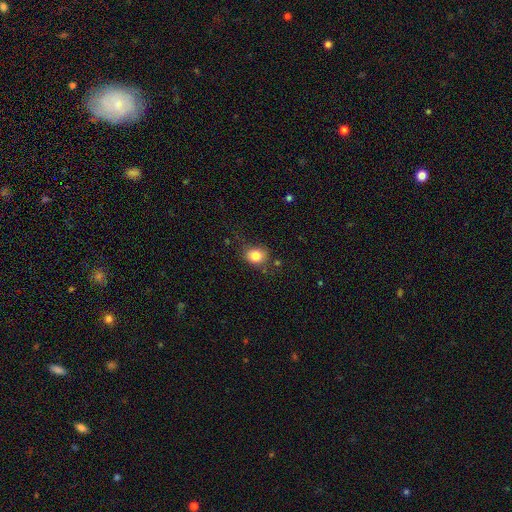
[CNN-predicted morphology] smooth_or_featured: smooth (p=0.82) [alt: star or artifact p=0.11]
how_rounded: round (p=0.63) [alt: in between p=0.36]
merging: none (p=0.72) [alt: minor disturbance p=0.19]